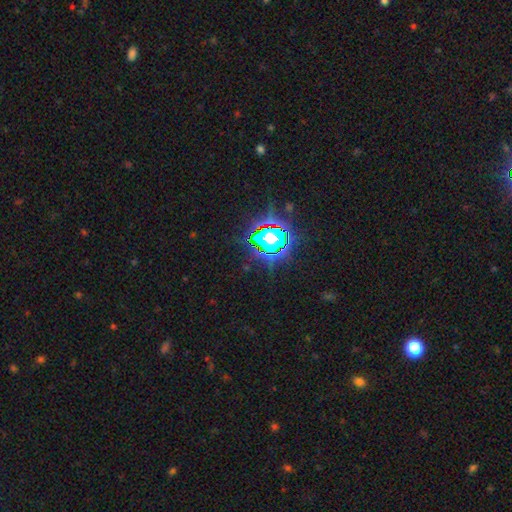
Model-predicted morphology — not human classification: Smooth or featured: star or artifact — 78% (smooth — 14%)